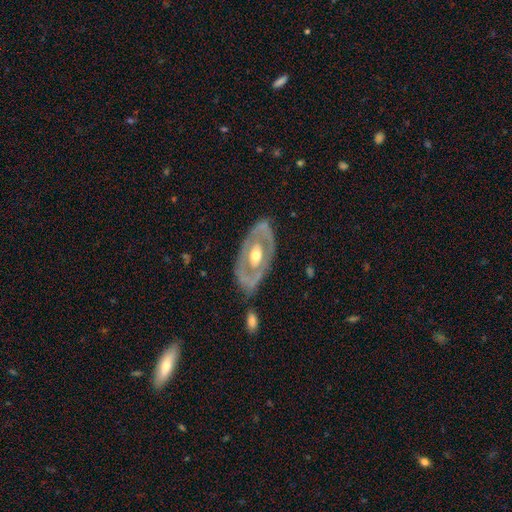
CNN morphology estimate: featured or disk 73%, smooth 23%, star or artifact 4%. Down the decision tree: edge-on disk — no (90%); bar — no (73%); spiral arms — no (69%); bulge size — moderate (74%); merging — none (75%).